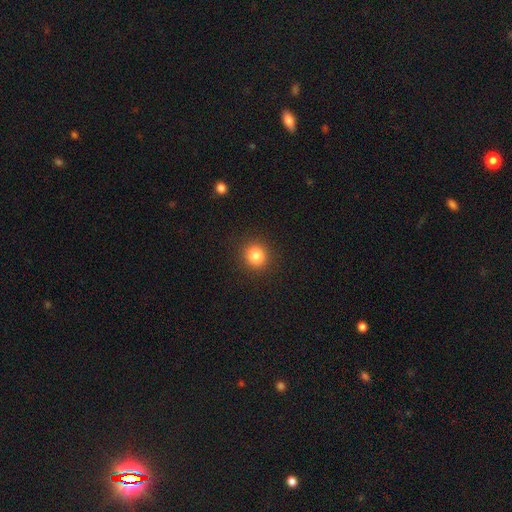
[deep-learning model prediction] Smooth or featured? Predicted: smooth (p=0.83). How rounded? Predicted: round (p=0.89). Merging? Predicted: none (p=0.91).